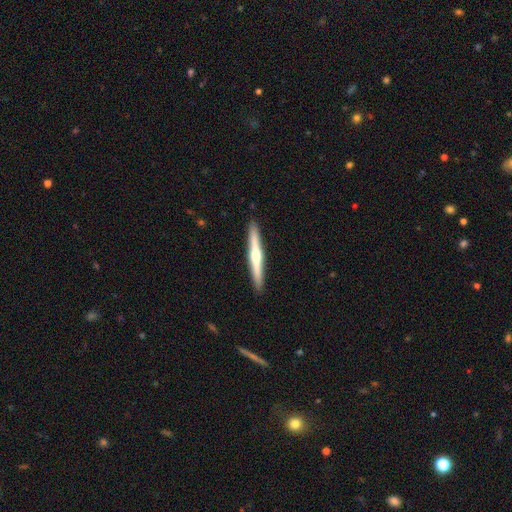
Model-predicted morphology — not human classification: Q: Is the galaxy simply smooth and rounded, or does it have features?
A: featured or disk — 65%.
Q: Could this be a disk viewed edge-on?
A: yes — 98%.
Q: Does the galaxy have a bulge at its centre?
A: rounded — 86%.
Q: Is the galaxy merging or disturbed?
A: none — 92%.